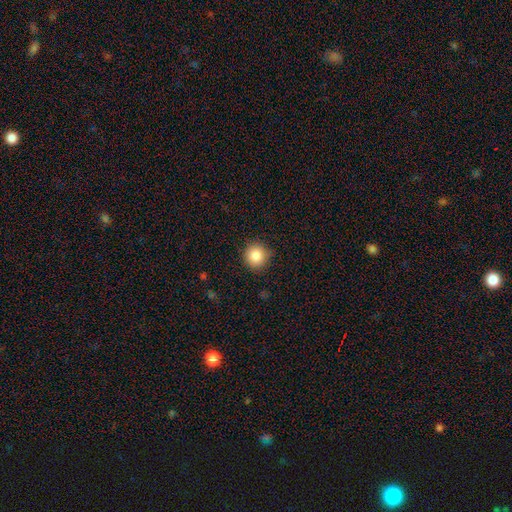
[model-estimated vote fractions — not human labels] smooth_or_featured: smooth (p=0.86) [alt: star or artifact p=0.10]
how_rounded: round (p=0.93) [alt: in between p=0.06]
merging: none (p=0.88) [alt: minor disturbance p=0.09]